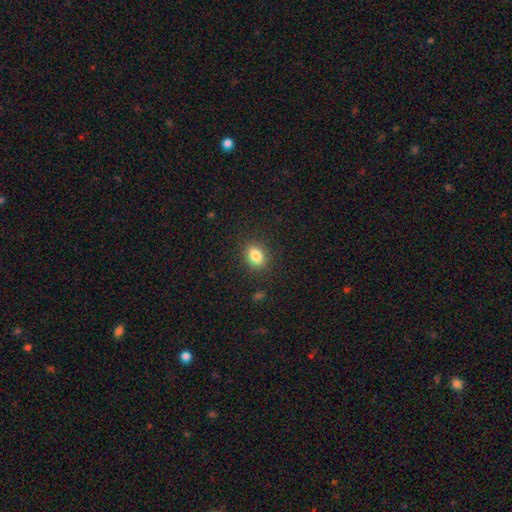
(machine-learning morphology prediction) Smooth or featured? smooth (84%)
How rounded? in between (68%)
Merging? none (86%)